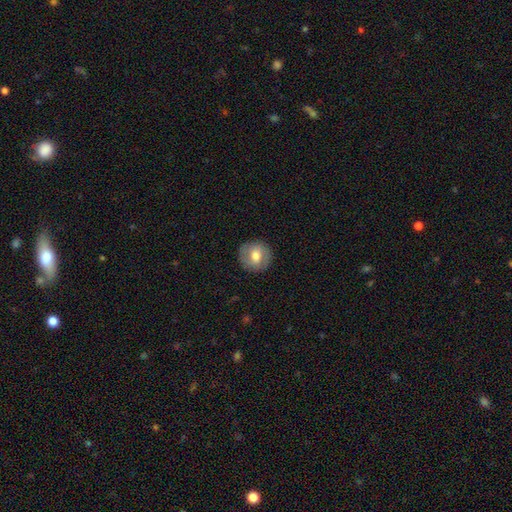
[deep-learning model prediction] Smooth or featured? Predicted: smooth (p=0.59). How rounded? Predicted: round (p=0.89). Merging? Predicted: none (p=0.87).